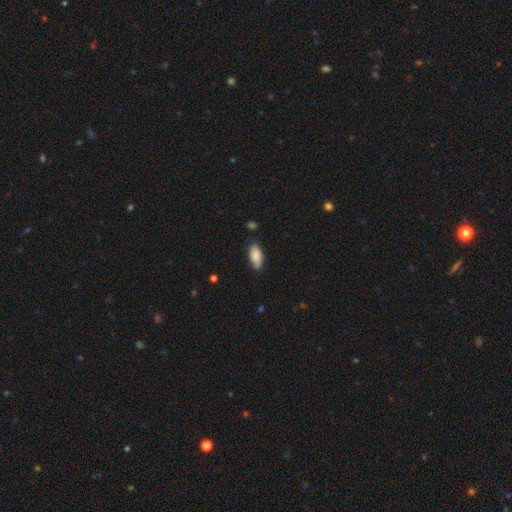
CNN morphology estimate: Smooth or featured? Predicted: smooth (p=0.85). How rounded? Predicted: in between (p=0.90). Merging? Predicted: none (p=0.72).